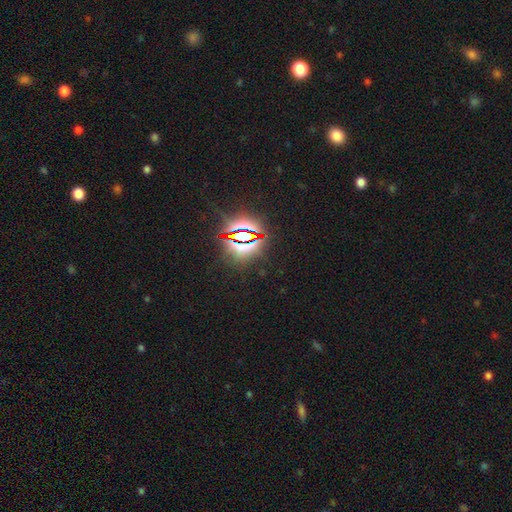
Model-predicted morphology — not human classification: This appears to be a star or artifact, not a galaxy (84%).